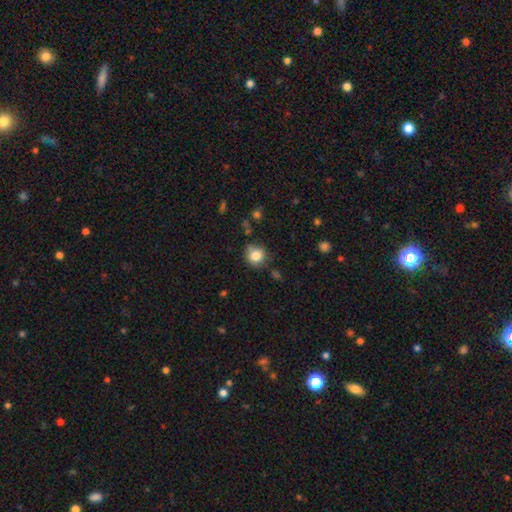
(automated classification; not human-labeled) Smooth or featured: smooth — 82% (star or artifact — 11%)
How rounded: round — 86% (in between — 13%)
Merging: none — 76% (minor disturbance — 16%)